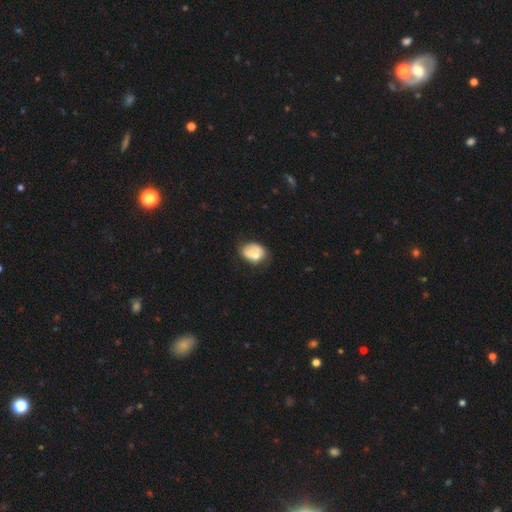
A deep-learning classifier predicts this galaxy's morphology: type=smooth (63%); roundness=in between (66%); merging=none (46%).